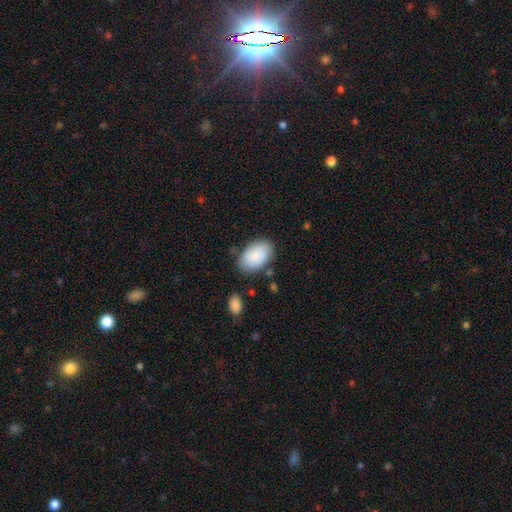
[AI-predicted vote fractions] This is clearly a smooth galaxy (85%). How rounded: clearly in between (92%). Merging: likely none (78%).